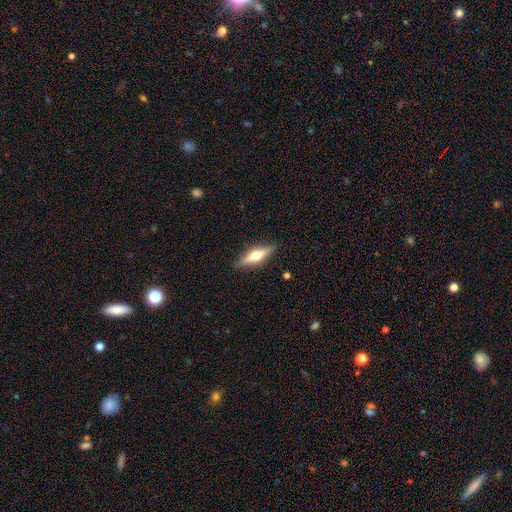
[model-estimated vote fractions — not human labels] Overall: featured or disk (54%; smooth 40%). Edge-on disk: yes (94%). Edge-on bulge: rounded (88%). Merging: none (88%).